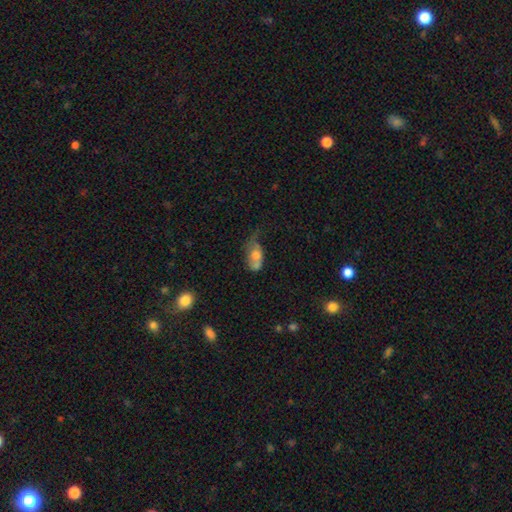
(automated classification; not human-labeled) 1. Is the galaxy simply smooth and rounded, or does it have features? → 60% smooth, 30% featured or disk, 10% star or artifact.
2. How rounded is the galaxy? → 82% in between, 13% round, 5% cigar-shaped.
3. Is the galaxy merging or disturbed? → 28% major disturbance (tied), 28% minor disturbance (tied), 26% none, 19% merger.